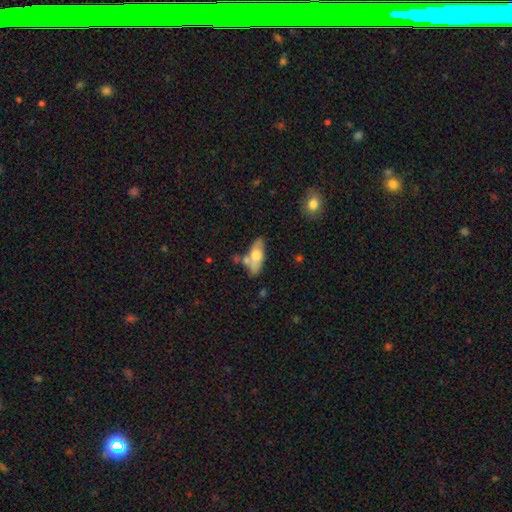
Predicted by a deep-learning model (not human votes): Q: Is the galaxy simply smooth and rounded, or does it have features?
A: smooth — 61%.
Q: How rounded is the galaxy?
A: in between — 77%.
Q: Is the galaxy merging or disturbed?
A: none — 57%.